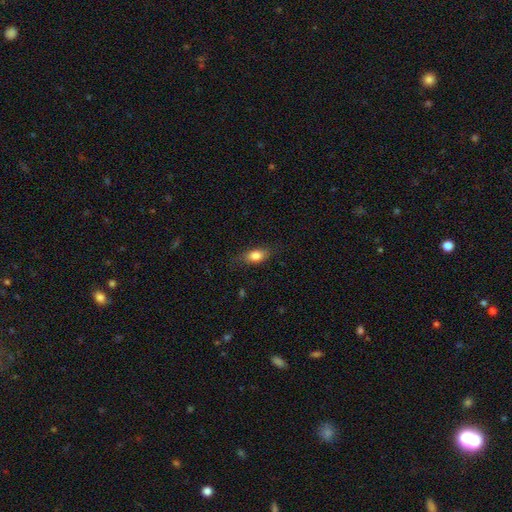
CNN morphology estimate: Smooth or featured? Predicted: smooth (p=0.81). How rounded? Predicted: in between (p=0.82). Merging? Predicted: none (p=0.79).